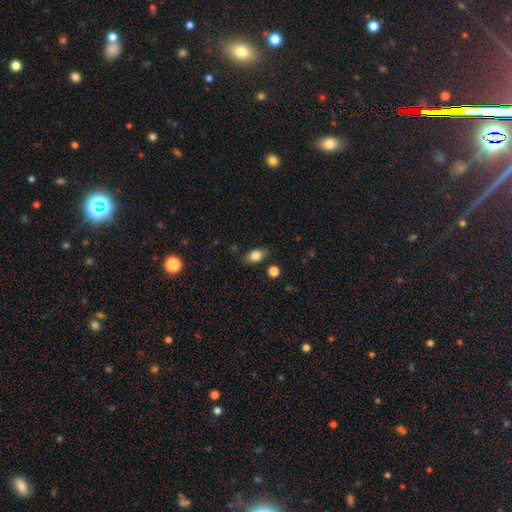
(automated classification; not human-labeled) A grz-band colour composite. It shows a smooth galaxy with no disk features (80%) that is in between round and cigar-shaped (81%). Merging: none (81%).